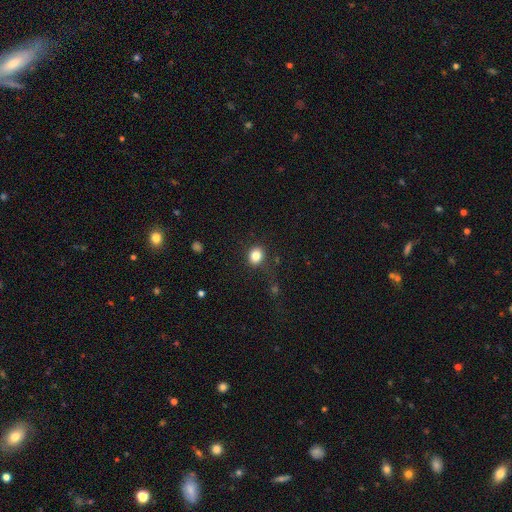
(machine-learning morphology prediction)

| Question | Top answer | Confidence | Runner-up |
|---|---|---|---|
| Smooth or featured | smooth | 83% | star or artifact (11%) |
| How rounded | round | 67% | in between (32%) |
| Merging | none | 82% | minor disturbance (12%) |